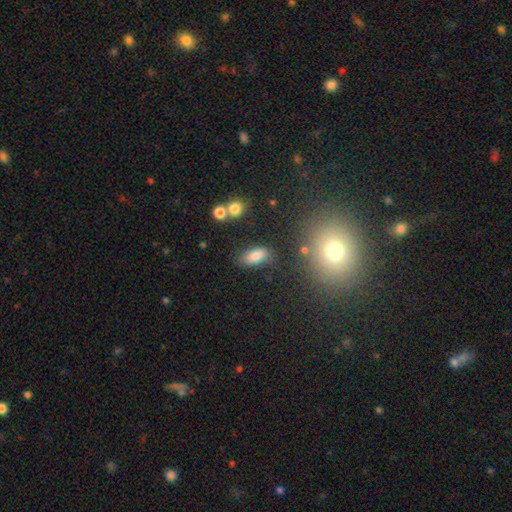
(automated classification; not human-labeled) Smooth or featured?
  - smooth: 82% *
  - star or artifact: 10%
  - featured or disk: 8%
How rounded?
  - in between: 88% *
  - cigar-shaped: 8%
  - round: 4%
Merging?
  - none: 73% *
  - minor disturbance: 16%
  - merger: 6%
  - major disturbance: 5%